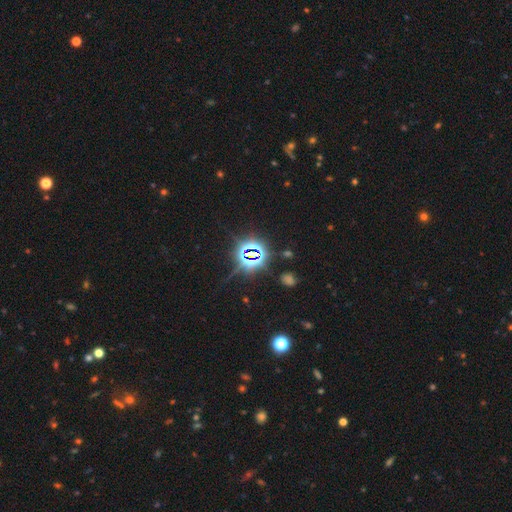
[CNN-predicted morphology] Smooth or featured: star or artifact — 81% (smooth — 12%)